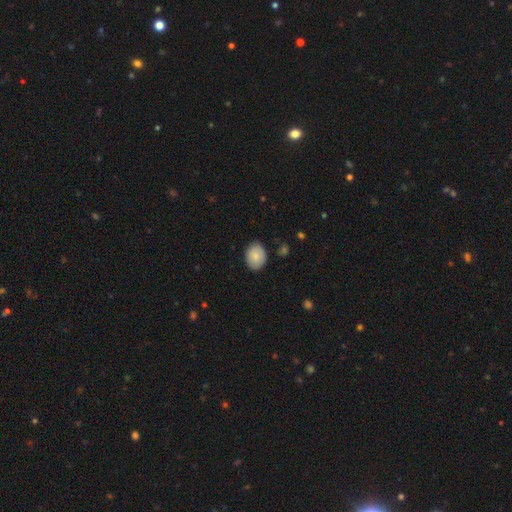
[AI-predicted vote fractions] Q: Smooth or featured?
A: smooth (84%); runner-up: featured or disk (9%)
Q: How rounded?
A: in between (65%); runner-up: round (34%)
Q: Merging?
A: none (83%); runner-up: minor disturbance (13%)